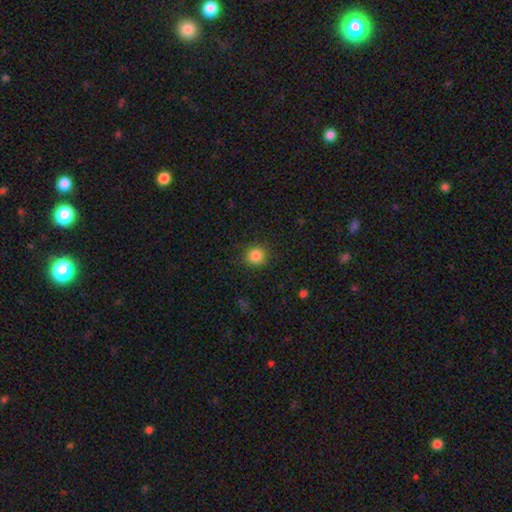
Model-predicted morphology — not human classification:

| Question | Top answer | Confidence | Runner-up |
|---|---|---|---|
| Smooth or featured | smooth | 85% | star or artifact (11%) |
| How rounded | round | 89% | in between (10%) |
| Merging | none | 89% | minor disturbance (7%) |